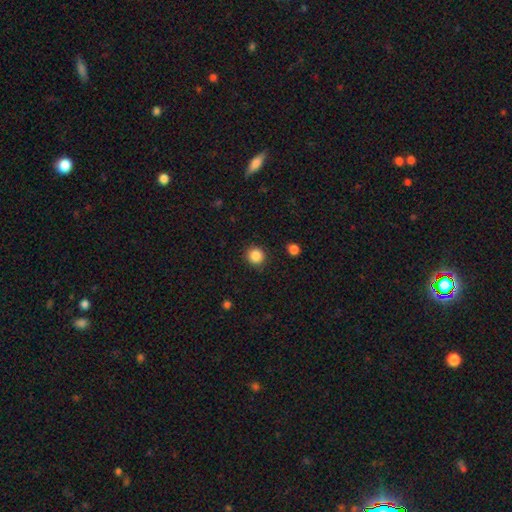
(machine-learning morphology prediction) This appears to be a smooth galaxy with no disk features (87%) that is round (92%). Merging: none (90%).